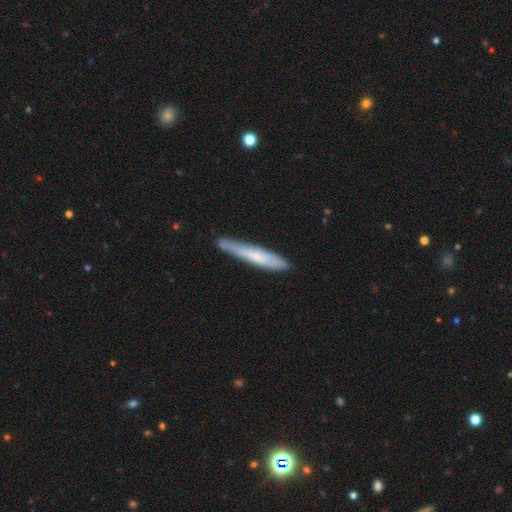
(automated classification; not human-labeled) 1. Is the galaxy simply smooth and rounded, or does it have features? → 58% smooth, 36% featured or disk, 6% star or artifact.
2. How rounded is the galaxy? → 95% cigar-shaped, 4% in between, 1% round.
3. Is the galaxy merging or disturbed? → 78% none, 17% minor disturbance, 3% major disturbance, 2% merger.